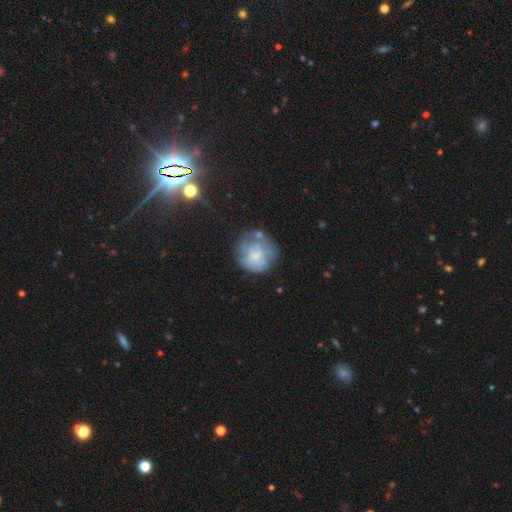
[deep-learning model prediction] smooth_or_featured: featured or disk (p=0.47) [alt: smooth p=0.44]
merging: none (p=0.50) [alt: minor disturbance p=0.25]